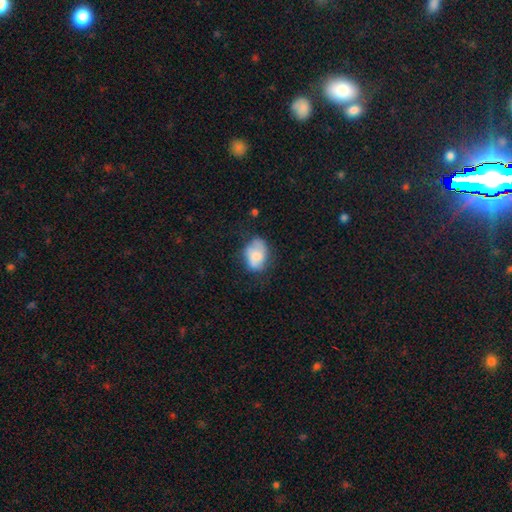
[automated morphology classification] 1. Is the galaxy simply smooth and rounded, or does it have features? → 68% smooth, 24% featured or disk, 8% star or artifact.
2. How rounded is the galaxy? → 76% in between, 23% round, 1% cigar-shaped.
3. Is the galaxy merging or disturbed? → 49% none, 32% minor disturbance, 13% major disturbance, 5% merger.